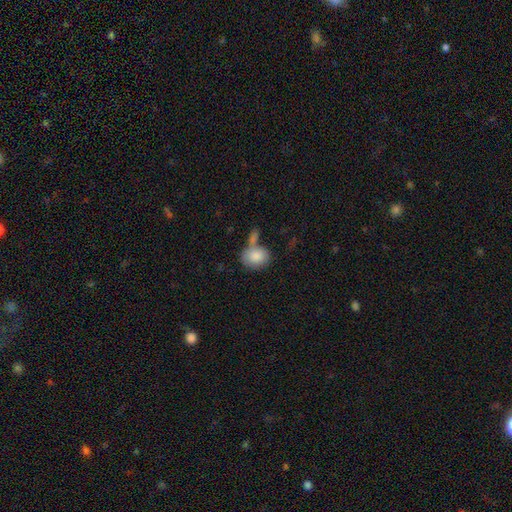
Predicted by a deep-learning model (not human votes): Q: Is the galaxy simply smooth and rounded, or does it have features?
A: smooth — 84%.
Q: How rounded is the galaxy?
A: in between — 57%.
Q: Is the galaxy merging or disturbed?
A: none — 42%.